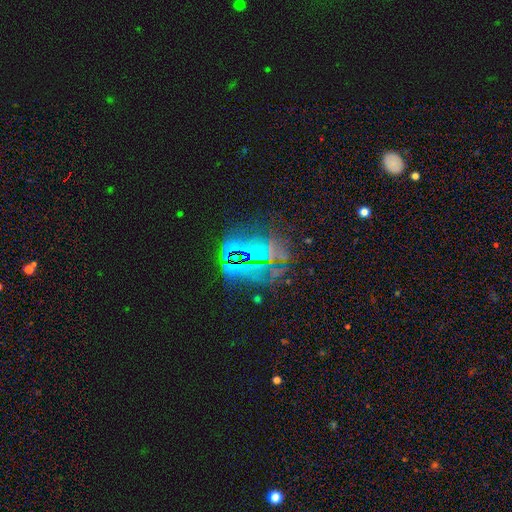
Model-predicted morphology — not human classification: This appears to be a star or artifact, not a galaxy (56%).